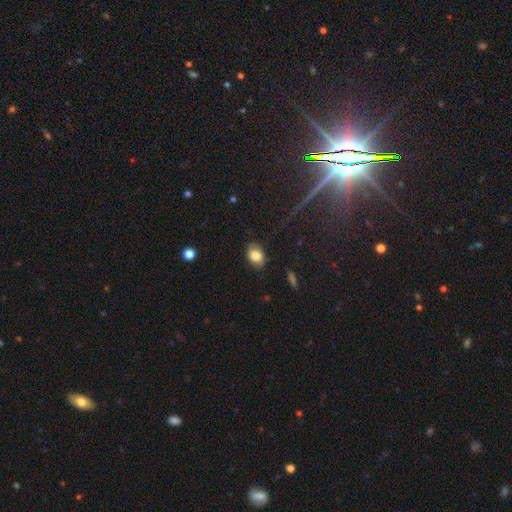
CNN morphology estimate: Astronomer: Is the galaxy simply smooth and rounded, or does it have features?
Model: smooth — 79%.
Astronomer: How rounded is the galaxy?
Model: in between — 78%.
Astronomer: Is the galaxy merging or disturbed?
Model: none — 79%.